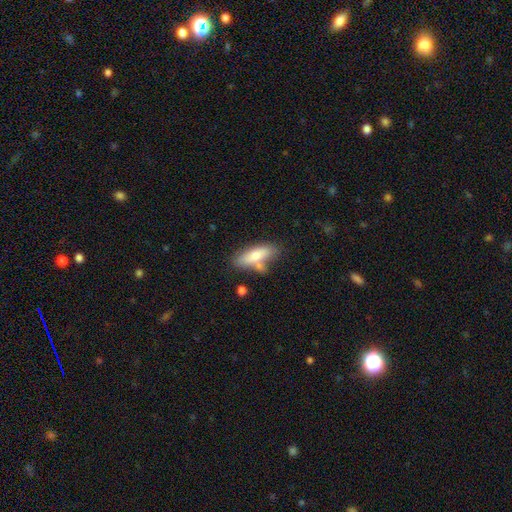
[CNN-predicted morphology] smooth-or-featured: smooth: 68% | featured or disk: 25% | star or artifact: 6%
  how-rounded: in between: 62% | cigar-shaped: 35% | round: 3%
  merging: none: 55% | merger: 21% | minor disturbance: 18% | major disturbance: 6%